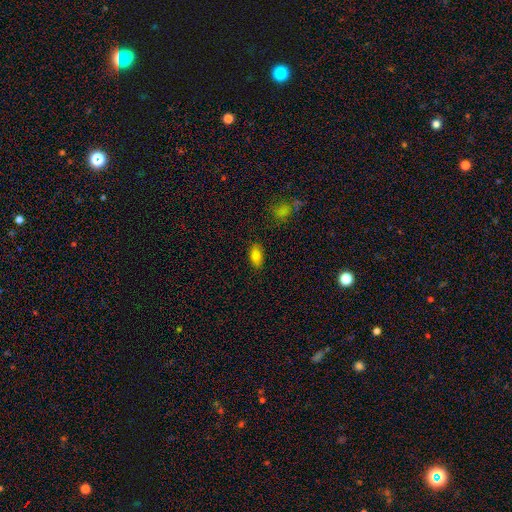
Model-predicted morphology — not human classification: Smooth or featured? Predicted: smooth (p=0.81). How rounded? Predicted: in between (p=0.90). Merging? Predicted: none (p=0.86).